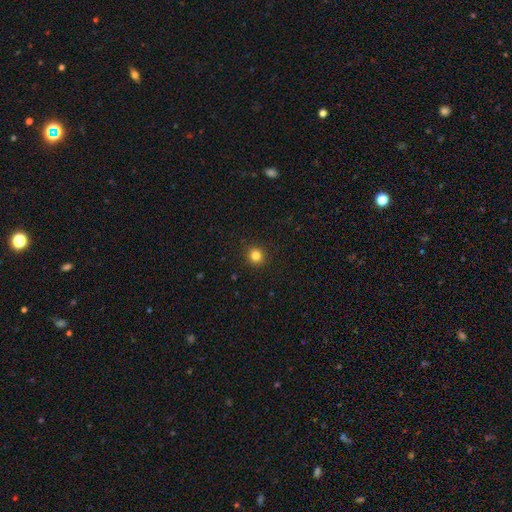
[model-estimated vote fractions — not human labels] Smooth or featured? Predicted: smooth (p=0.83). How rounded? Predicted: round (p=0.89). Merging? Predicted: none (p=0.92).